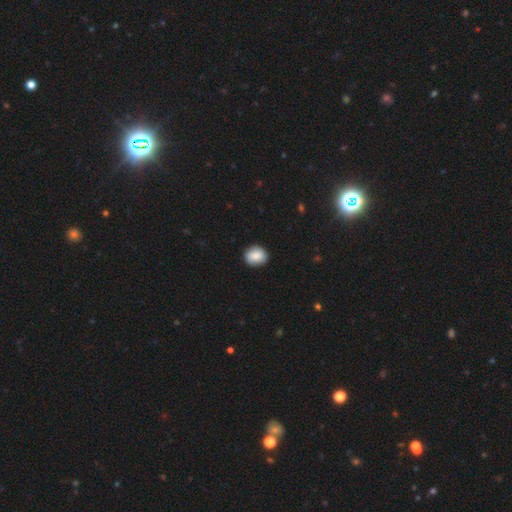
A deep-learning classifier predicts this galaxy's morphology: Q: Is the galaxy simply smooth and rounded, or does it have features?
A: smooth — 87%.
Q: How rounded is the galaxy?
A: round — 61%.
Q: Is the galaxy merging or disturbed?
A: none — 89%.